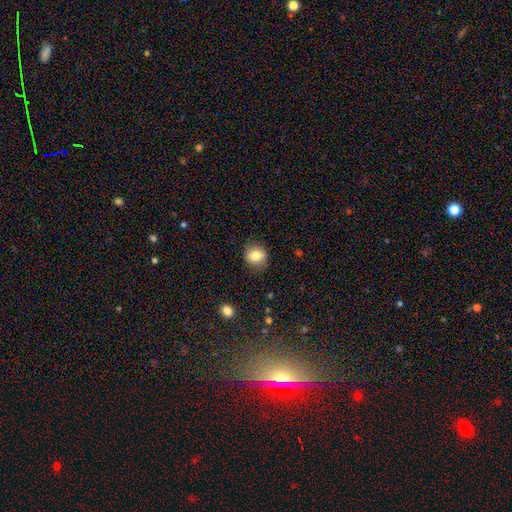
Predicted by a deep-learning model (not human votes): This is likely a smooth galaxy (79%). How rounded: likely round (76%). Merging: clearly none (82%).